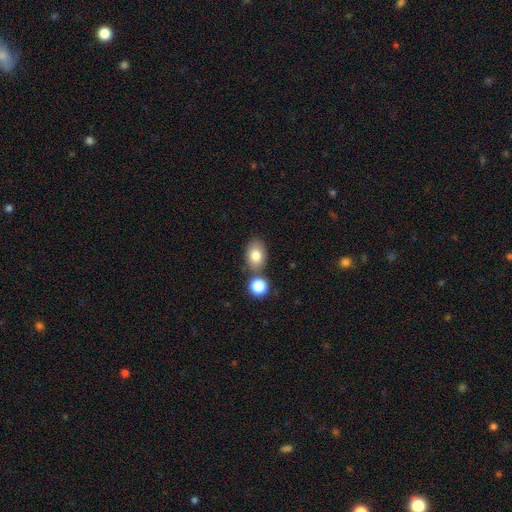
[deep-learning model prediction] The model was most divided on "merging": none: 68%, merger: 16%, minor disturbance: 12%, major disturbance: 3%. More confident: smooth or featured — smooth (80%); how rounded — in between (79%).